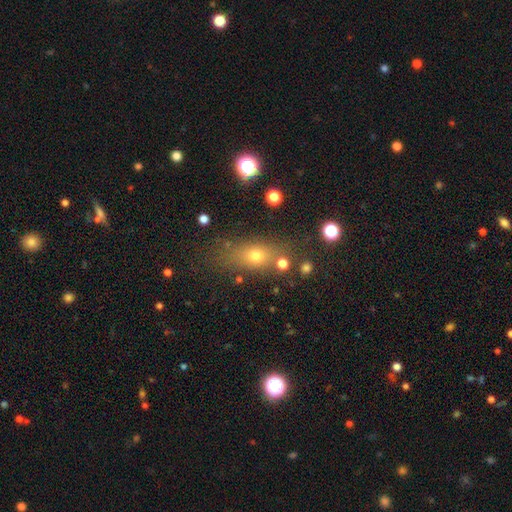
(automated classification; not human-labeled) Overall: smooth (66%). How rounded: in between (58%; round 27%). Merging: none (71%).